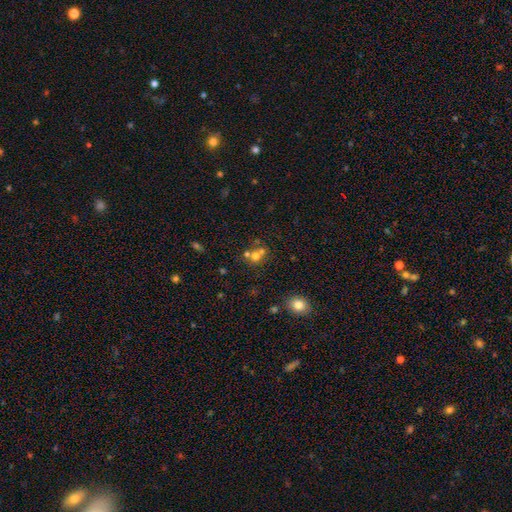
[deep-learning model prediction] A smooth galaxy with no disk features (62%) that is round (77%). Merging: merger (50%).